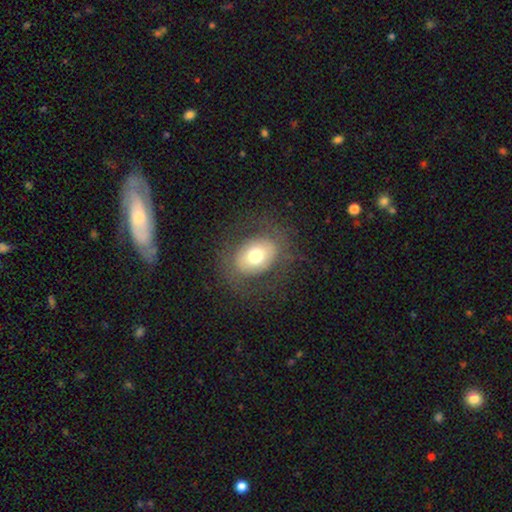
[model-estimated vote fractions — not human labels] Smooth or featured? Predicted: smooth (p=0.63). How rounded? Predicted: in between (p=0.67). Merging? Predicted: none (p=0.75).